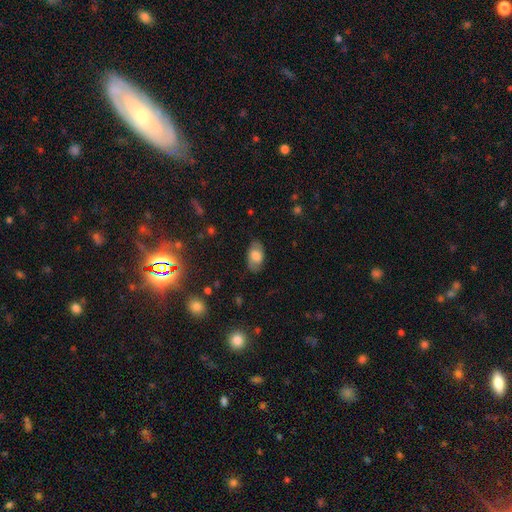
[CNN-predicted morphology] smooth_or_featured: smooth (p=0.64) [alt: featured or disk p=0.28]
how_rounded: in between (p=0.92) [alt: round p=0.06]
merging: none (p=0.80) [alt: minor disturbance p=0.15]